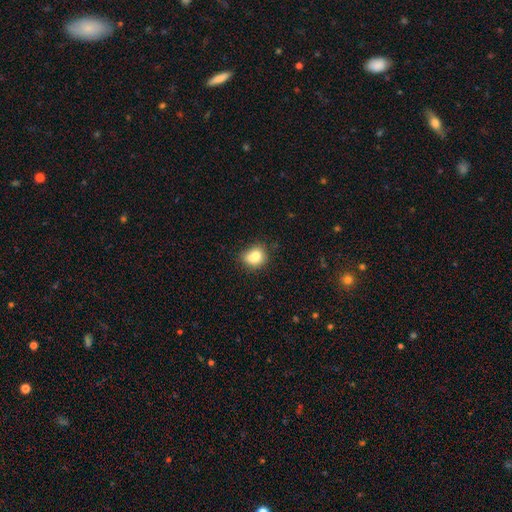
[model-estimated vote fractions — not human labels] Smooth or featured?
  - smooth: 78% *
  - featured or disk: 11%
  - star or artifact: 11%
How rounded?
  - round: 60% *
  - in between: 39%
  - cigar-shaped: 1%
Merging?
  - none: 55% *
  - minor disturbance: 24%
  - merger: 14%
  - major disturbance: 6%